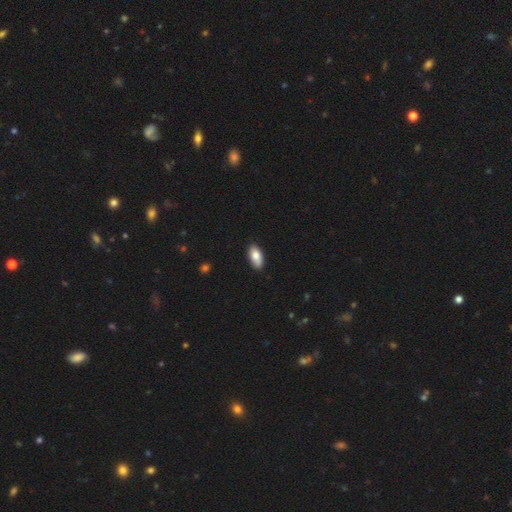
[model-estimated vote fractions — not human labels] Morphology: type=smooth (83%); roundness=in between (92%); merging=none (86%).